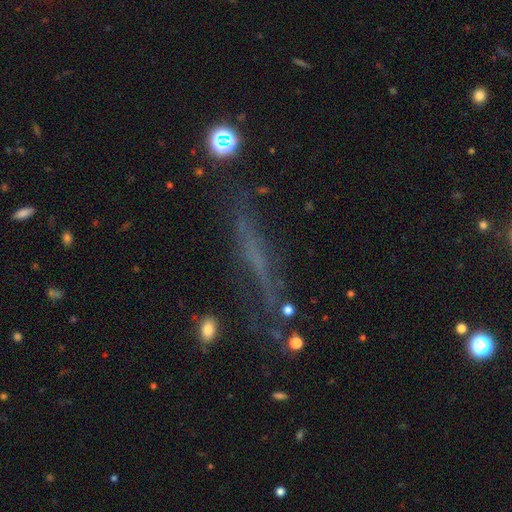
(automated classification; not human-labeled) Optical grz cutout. It shows a featured or disk galaxy (47%). Merging: none (58%).